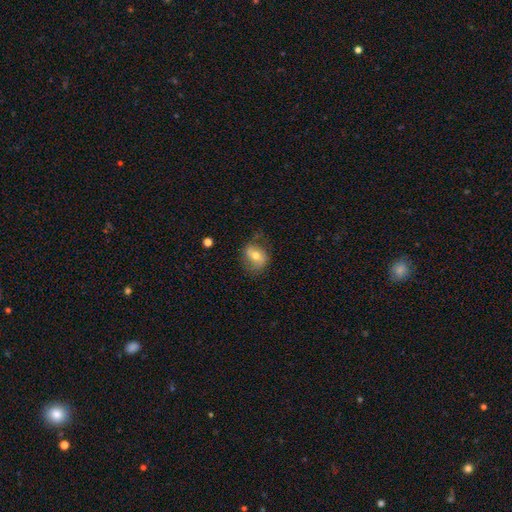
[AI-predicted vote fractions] Smooth or featured: smooth — 52% (featured or disk — 39%)
How rounded: round — 53% (in between — 45%)
Merging: none — 65% (minor disturbance — 24%)